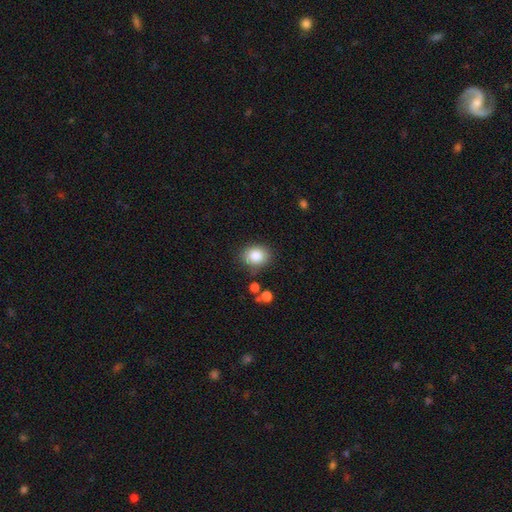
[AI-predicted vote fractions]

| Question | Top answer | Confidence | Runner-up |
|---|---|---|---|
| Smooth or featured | smooth | 85% | star or artifact (9%) |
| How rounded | round | 56% | in between (43%) |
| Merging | none | 80% | minor disturbance (13%) |